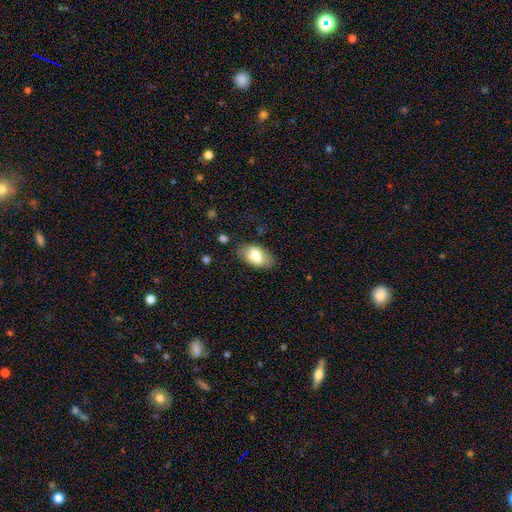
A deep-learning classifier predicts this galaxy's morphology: This appears to be a smooth galaxy with no disk features (70%) that is in between round and cigar-shaped (92%). Merging: none (76%).